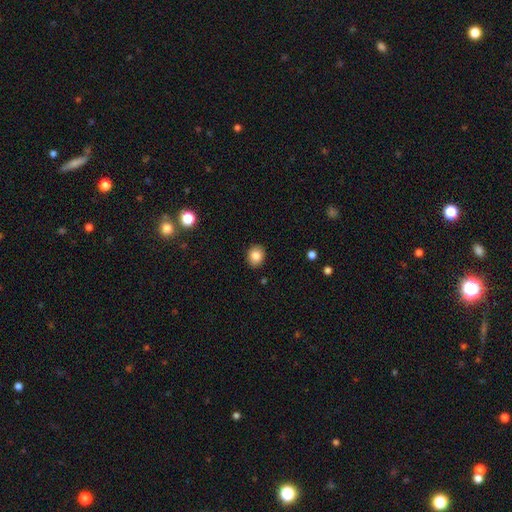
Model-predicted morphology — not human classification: type=smooth (84%); roundness=round (59%); merging=none (89%).